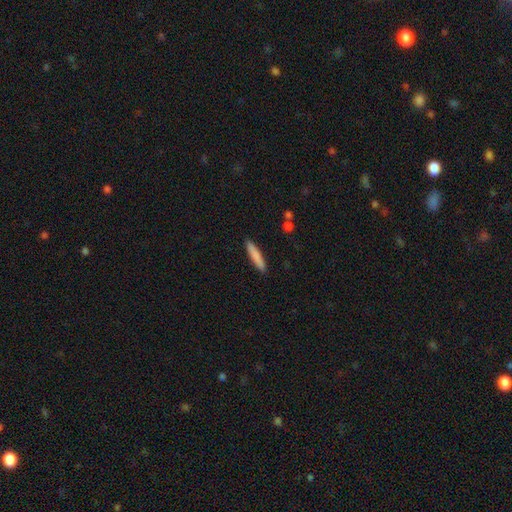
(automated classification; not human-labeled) This is clearly a smooth galaxy (82%). How rounded: clearly cigar-shaped (90%). Merging: clearly none (90%).